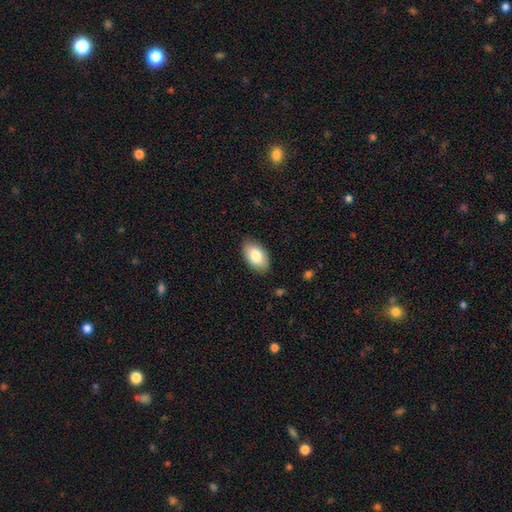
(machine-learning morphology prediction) type=smooth (84%); roundness=in between (94%); merging=none (86%).